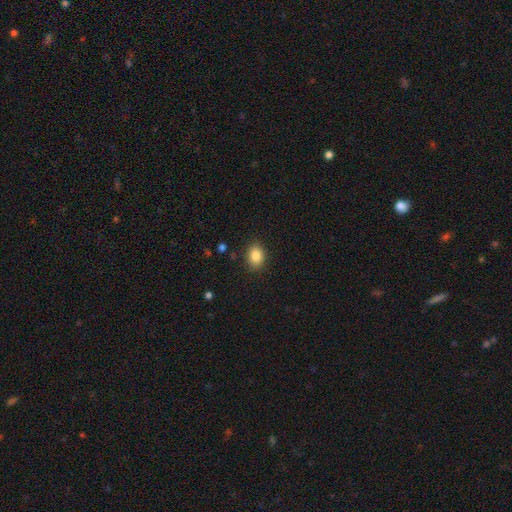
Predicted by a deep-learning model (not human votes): Q: Smooth or featured?
A: smooth (86%); runner-up: star or artifact (9%)
Q: How rounded?
A: in between (69%); runner-up: round (29%)
Q: Merging?
A: none (87%); runner-up: minor disturbance (9%)